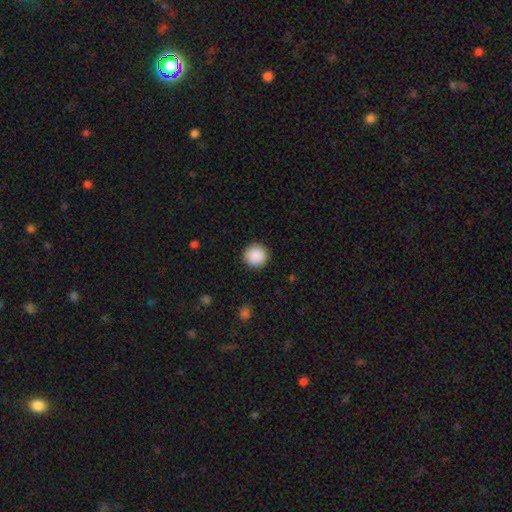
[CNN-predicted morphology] Smooth or featured? smooth (89%)
How rounded? round (95%)
Merging? none (92%)